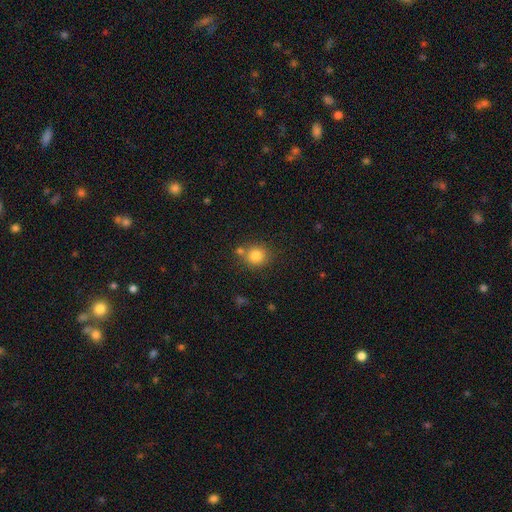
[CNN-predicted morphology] This appears to be a smooth galaxy with no disk features (81%) that is round (84%). Merging: none (70%).